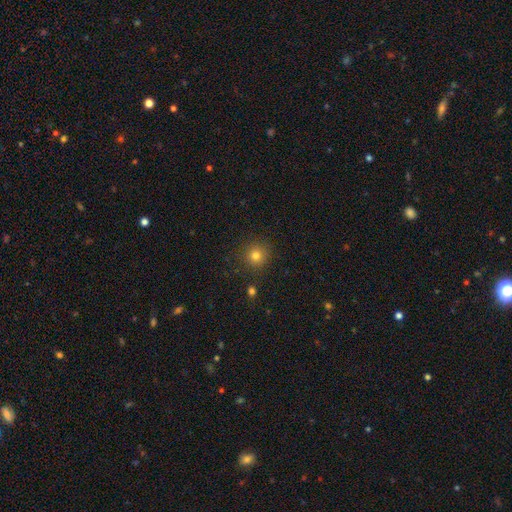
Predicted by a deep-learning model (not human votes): Smooth or featured?
  - smooth: 79% *
  - star or artifact: 15%
  - featured or disk: 6%
How rounded?
  - round: 93% *
  - in between: 6%
  - cigar-shaped: 1%
Merging?
  - none: 88% *
  - minor disturbance: 7%
  - major disturbance: 3%
  - merger: 2%